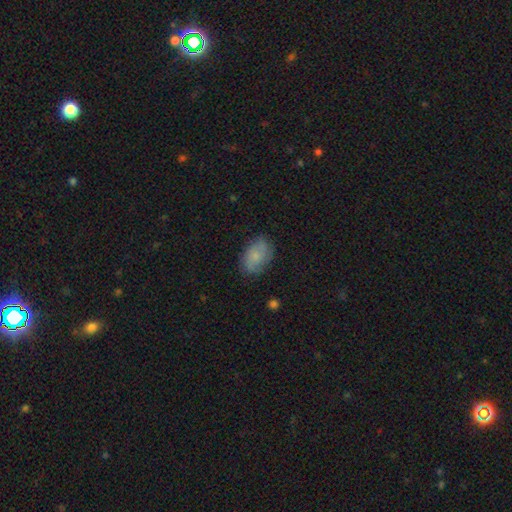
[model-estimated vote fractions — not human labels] smooth 72%, featured or disk 20%, star or artifact 8%. Down the decision tree: how rounded — in between (87%); merging — none (76%).